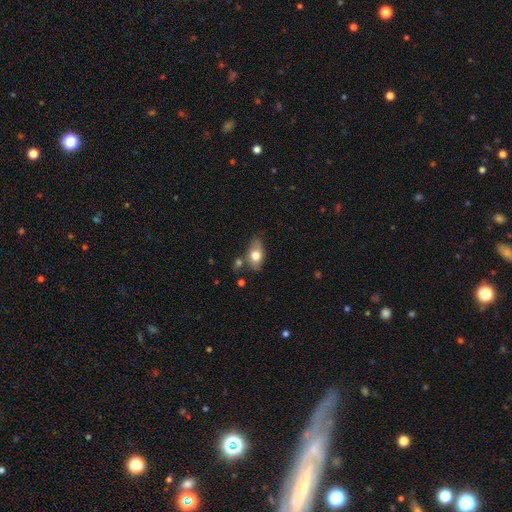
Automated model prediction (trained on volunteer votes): The model was most divided on "merging": none: 62%, minor disturbance: 22%, merger: 10%, major disturbance: 6%. More confident: how rounded — in between (83%); smooth or featured — smooth (72%).